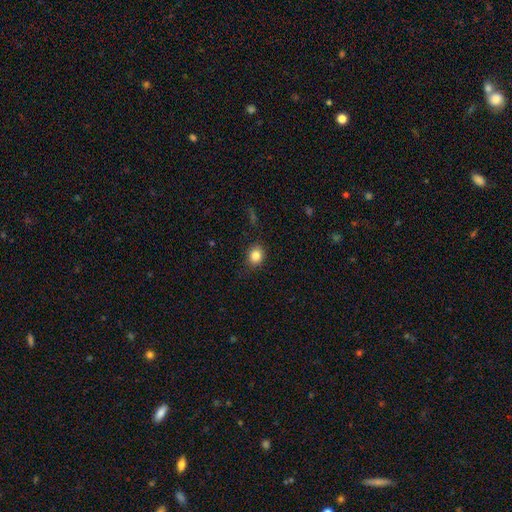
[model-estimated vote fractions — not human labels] smooth 84%, star or artifact 11%, featured or disk 6%. Down the decision tree: how rounded — round (65%); merging — none (85%).